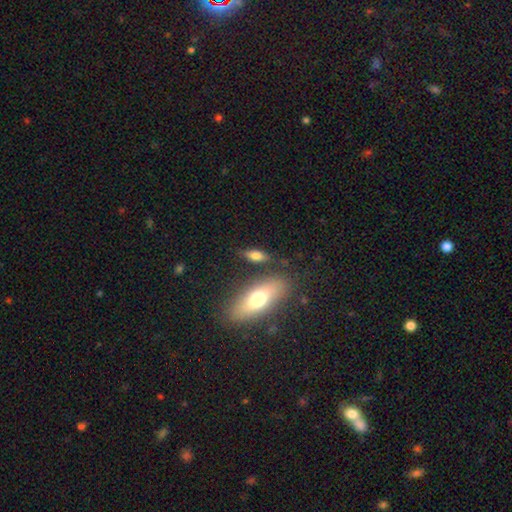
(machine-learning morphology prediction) The model was most divided on "how rounded": in between: 66%, cigar-shaped: 30%, round: 5%. More confident: merging — none (73%); smooth or featured — smooth (72%).